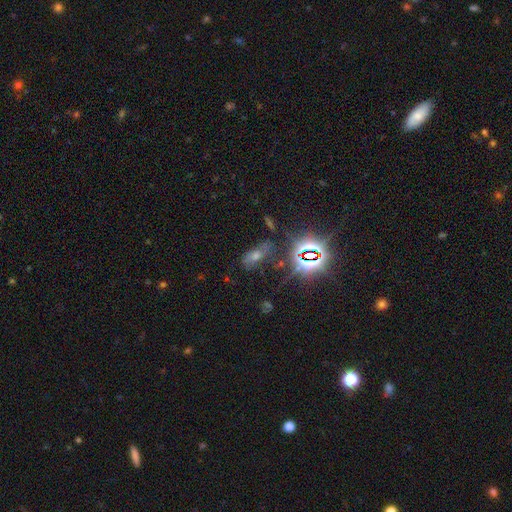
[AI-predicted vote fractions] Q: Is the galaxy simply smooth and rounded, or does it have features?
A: star or artifact — 52%.